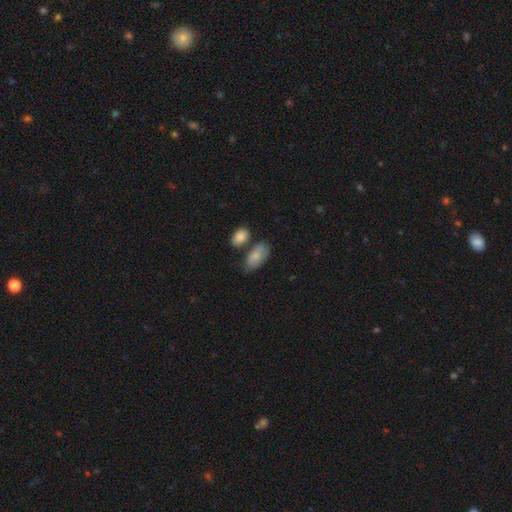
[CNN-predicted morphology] Overall: smooth (78%). How rounded: in between (93%). Merging: none (54%; minor disturbance 22%).